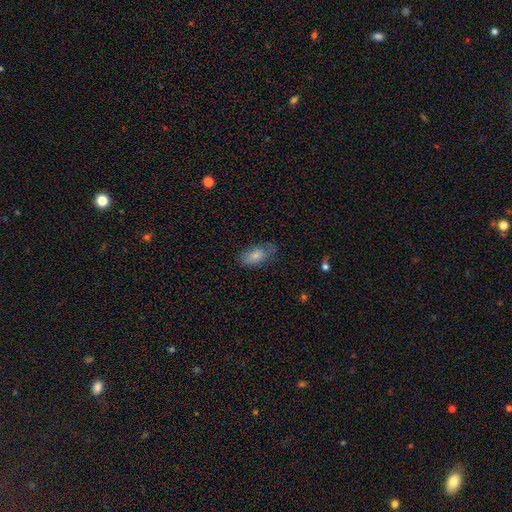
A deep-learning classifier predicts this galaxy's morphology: smooth_or_featured: smooth (p=0.77) [alt: featured or disk p=0.15]
how_rounded: in between (p=0.91) [alt: cigar-shaped p=0.05]
merging: none (p=0.58) [alt: minor disturbance p=0.30]